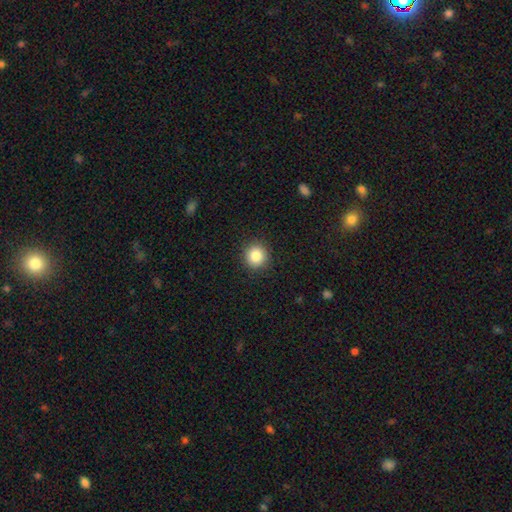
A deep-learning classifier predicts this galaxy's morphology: Overall: smooth (85%). How rounded: round (92%). Merging: none (92%).